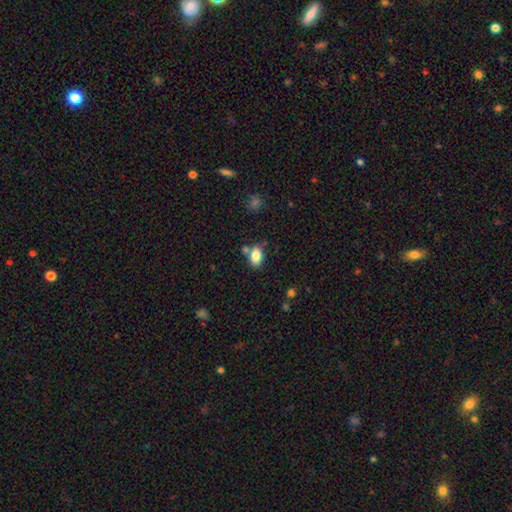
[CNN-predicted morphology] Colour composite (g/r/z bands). It shows a smooth galaxy with no disk features (83%) that is in between round and cigar-shaped (87%). Merging: none (64%).